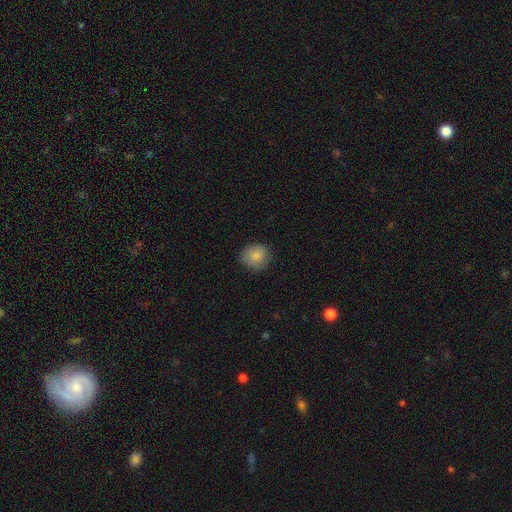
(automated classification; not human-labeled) Smooth or featured: smooth — 84% (star or artifact — 9%)
How rounded: round — 84% (in between — 15%)
Merging: none — 81% (minor disturbance — 15%)